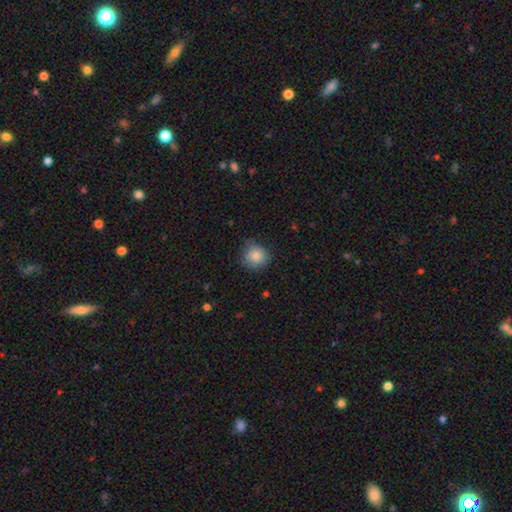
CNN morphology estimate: This appears to be a smooth galaxy with no disk features (83%) that is round (90%). Merging: none (74%).